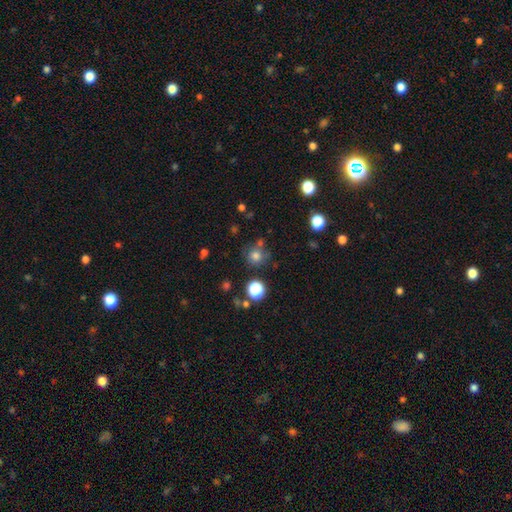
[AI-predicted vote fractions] smooth_or_featured: smooth (p=0.75) [alt: star or artifact p=0.17]
how_rounded: round (p=0.90) [alt: in between p=0.09]
merging: none (p=0.71) [alt: minor disturbance p=0.13]